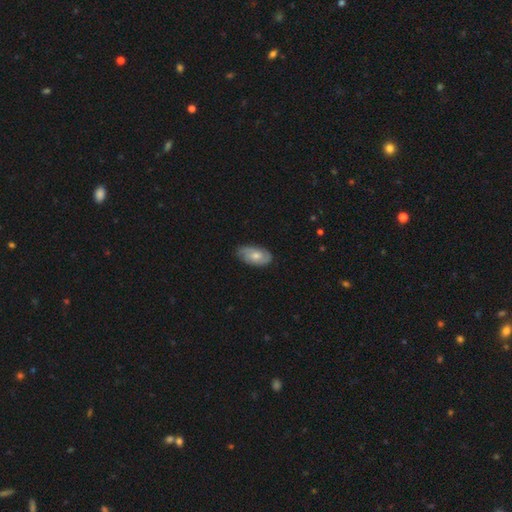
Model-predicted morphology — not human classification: smooth-or-featured: featured or disk: 52% | smooth: 42% | star or artifact: 6%
  disk-edge-on: no: 94% | yes: 6%
  merging: none: 77% | minor disturbance: 18% | major disturbance: 3% | merger: 1%